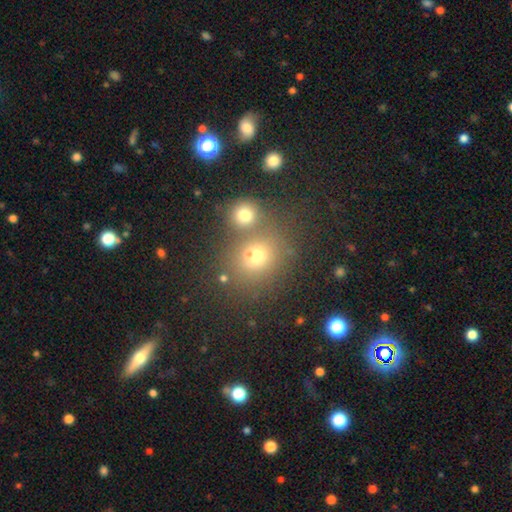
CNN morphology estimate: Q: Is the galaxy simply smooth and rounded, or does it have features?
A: smooth — 67%.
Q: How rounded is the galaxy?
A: round — 72%.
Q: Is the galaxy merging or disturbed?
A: none — 54%.